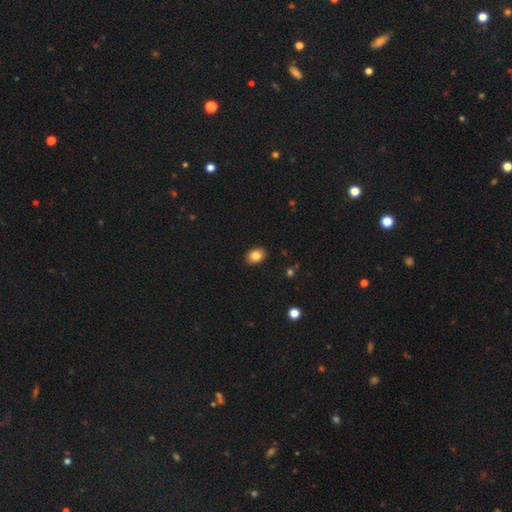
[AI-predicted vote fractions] Q: Smooth or featured?
A: smooth (83%); runner-up: star or artifact (10%)
Q: How rounded?
A: in between (63%); runner-up: round (36%)
Q: Merging?
A: none (90%); runner-up: minor disturbance (7%)